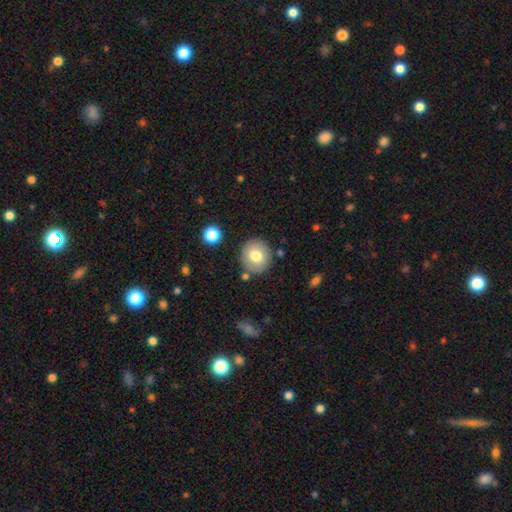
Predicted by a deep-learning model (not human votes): smooth-or-featured: smooth: 75% | featured or disk: 16% | star or artifact: 9%
  how-rounded: round: 88% | in between: 11% | cigar-shaped: 1%
  merging: none: 84% | minor disturbance: 10% | merger: 4% | major disturbance: 3%